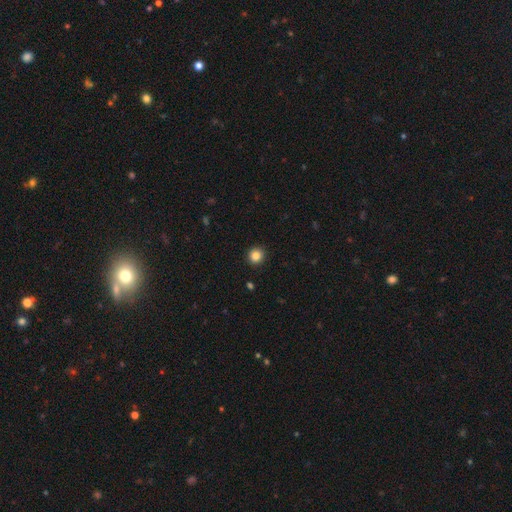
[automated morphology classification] Smooth or featured: smooth — 85% (star or artifact — 11%)
How rounded: round — 91% (in between — 8%)
Merging: none — 92% (minor disturbance — 5%)